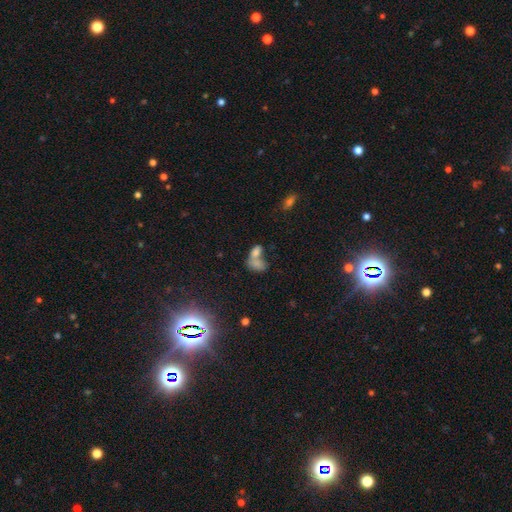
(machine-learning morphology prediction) A smooth galaxy with no disk features (73%) that is in between round and cigar-shaped (85%). Merging: merger (66%).